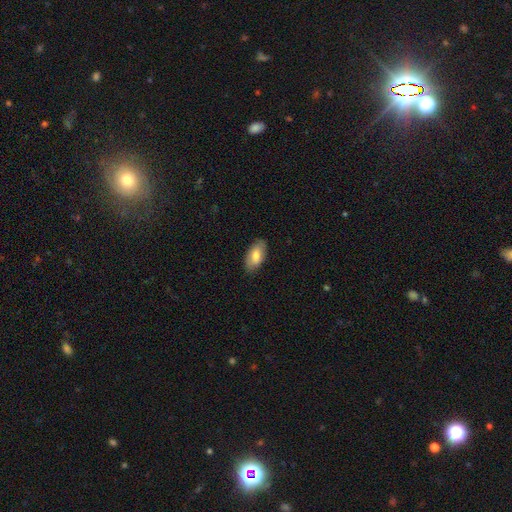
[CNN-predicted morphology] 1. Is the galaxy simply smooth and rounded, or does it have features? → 75% smooth, 19% featured or disk, 6% star or artifact.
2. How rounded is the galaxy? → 94% in between, 3% cigar-shaped, 3% round.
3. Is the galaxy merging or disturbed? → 84% none, 13% minor disturbance, 2% major disturbance, 1% merger.